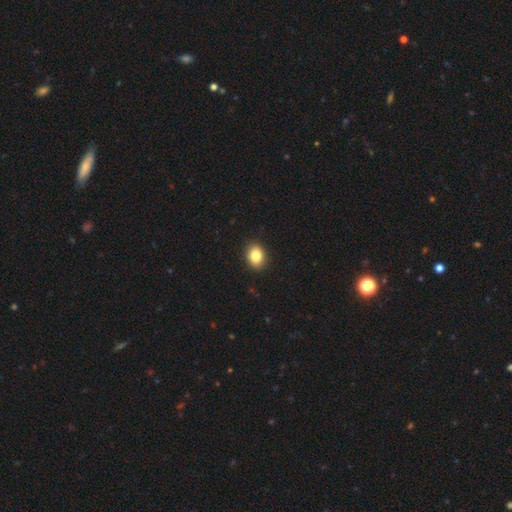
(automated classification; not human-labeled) Smooth or featured?
  - smooth: 85% *
  - star or artifact: 9%
  - featured or disk: 6%
How rounded?
  - in between: 64% *
  - round: 35%
  - cigar-shaped: 1%
Merging?
  - none: 91% *
  - minor disturbance: 7%
  - major disturbance: 2%
  - merger: 1%